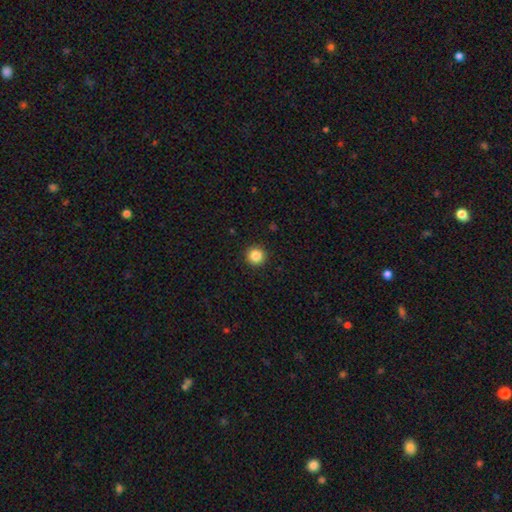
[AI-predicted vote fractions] Smooth or featured? smooth (85%)
How rounded? round (96%)
Merging? none (93%)